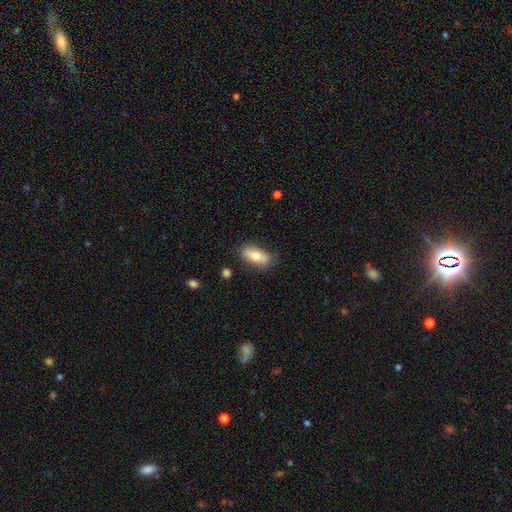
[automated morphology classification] Smooth or featured? smooth (74%)
How rounded? in between (83%)
Merging? none (78%)